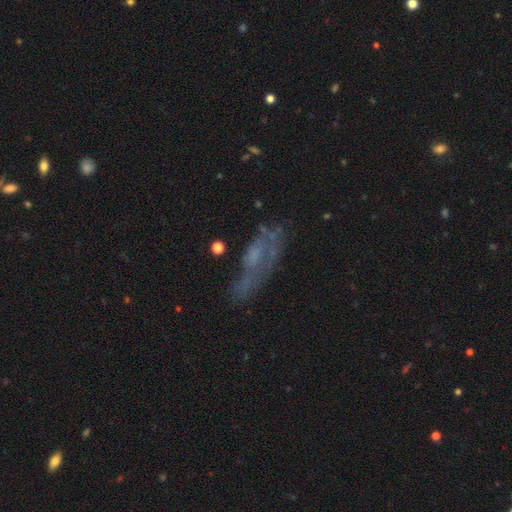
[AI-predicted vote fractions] Smooth or featured? Predicted: featured or disk (p=0.52). Edge-on disk? Predicted: no (p=0.79). Merging? Predicted: none (p=0.47).